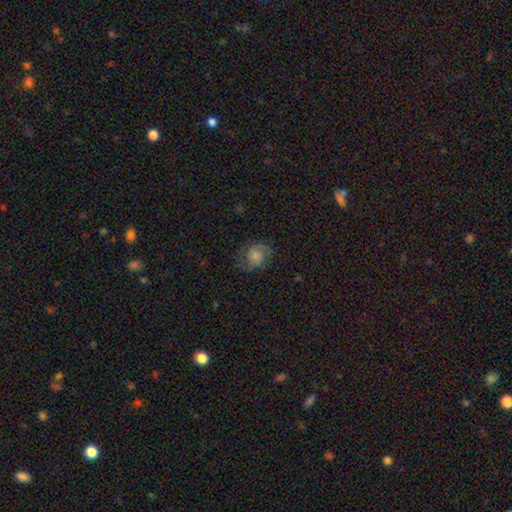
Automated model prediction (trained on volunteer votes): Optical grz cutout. It shows a featured or disk galaxy (49%). Merging: none (67%).